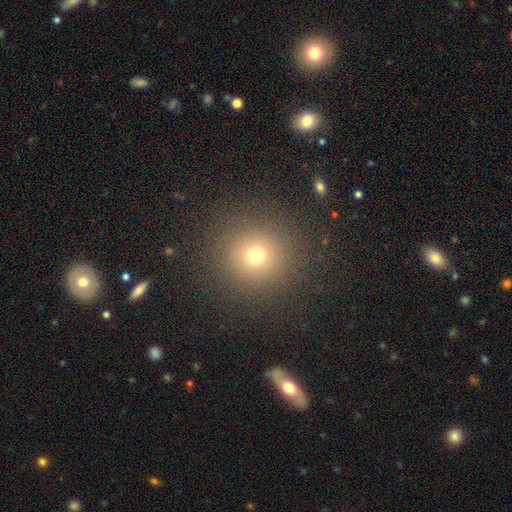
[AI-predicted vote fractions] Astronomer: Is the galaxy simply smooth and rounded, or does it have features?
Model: smooth — 71%.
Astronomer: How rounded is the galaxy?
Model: round — 94%.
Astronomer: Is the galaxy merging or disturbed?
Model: none — 90%.